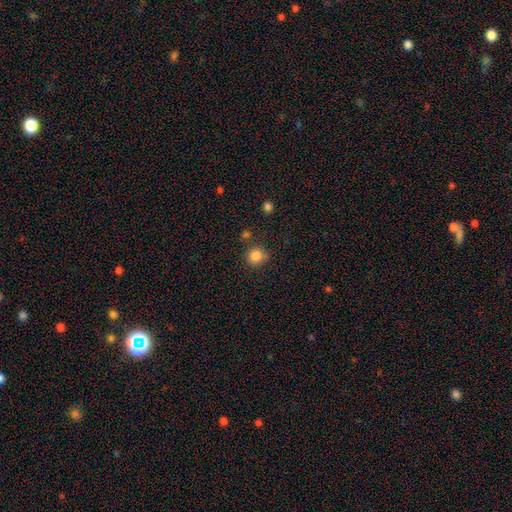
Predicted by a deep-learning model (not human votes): A smooth galaxy with no disk features (85%) that is round (85%). Merging: none (77%).